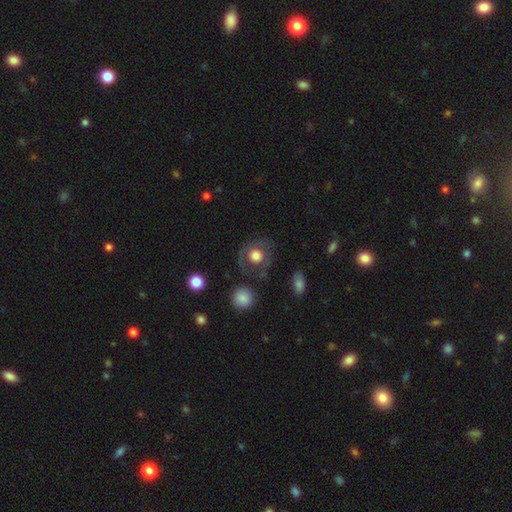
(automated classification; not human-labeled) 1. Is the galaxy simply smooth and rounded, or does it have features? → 65% smooth, 26% featured or disk, 9% star or artifact.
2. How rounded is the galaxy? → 86% round, 13% in between, 1% cigar-shaped.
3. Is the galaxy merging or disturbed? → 75% none, 13% minor disturbance, 9% major disturbance, 3% merger.